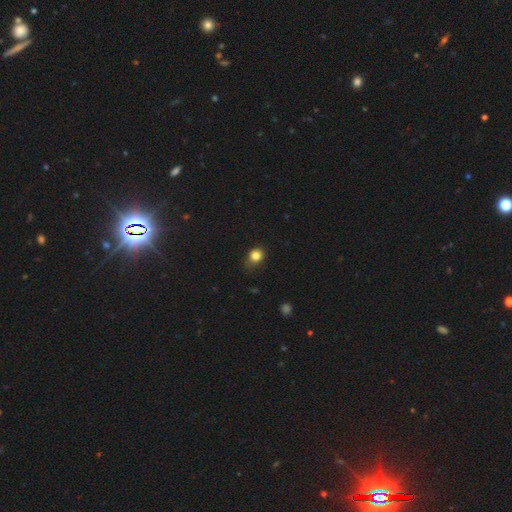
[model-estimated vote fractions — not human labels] This is clearly a smooth galaxy (82%). How rounded: likely round (72%). Merging: likely none (66%).